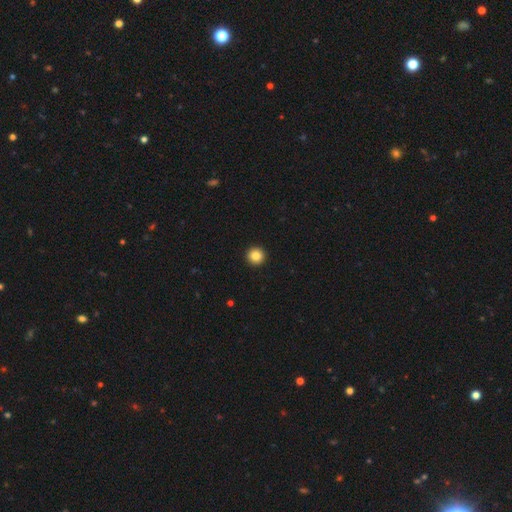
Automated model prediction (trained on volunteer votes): smooth-or-featured: smooth: 86% | star or artifact: 10% | featured or disk: 4%
  how-rounded: round: 96% | in between: 3% | cigar-shaped: 1%
  merging: none: 94% | minor disturbance: 4% | major disturbance: 1% | merger: 1%